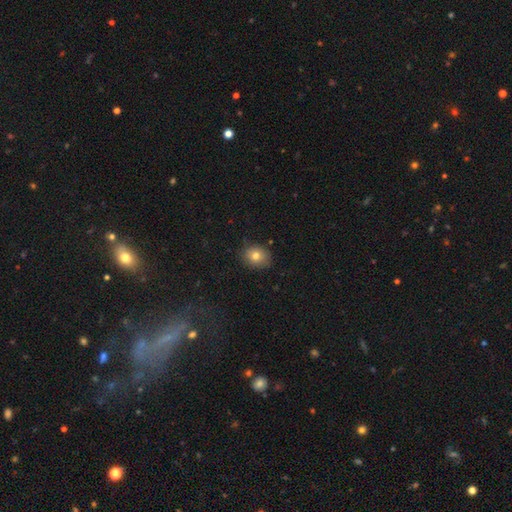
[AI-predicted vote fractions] Smooth or featured? Predicted: smooth (p=0.77). How rounded? Predicted: round (p=0.59). Merging? Predicted: none (p=0.83).